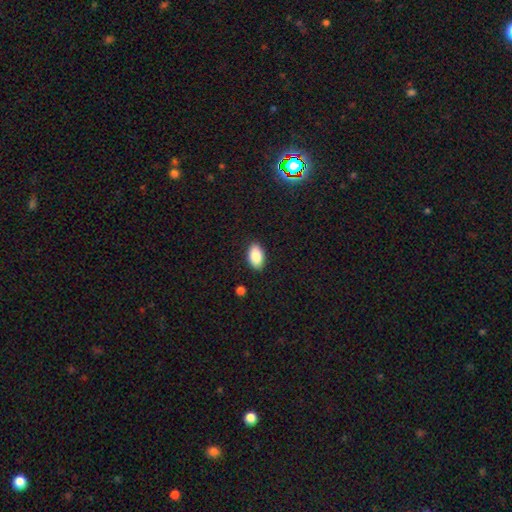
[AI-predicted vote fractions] smooth_or_featured: smooth (p=0.86) [alt: star or artifact p=0.07]
how_rounded: in between (p=0.93) [alt: round p=0.05]
merging: none (p=0.88) [alt: minor disturbance p=0.08]